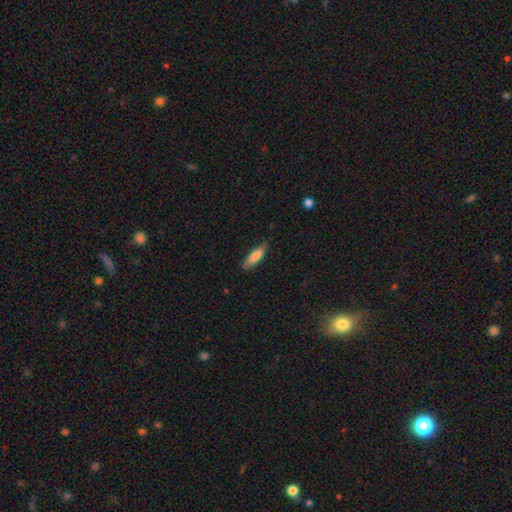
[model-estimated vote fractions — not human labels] A smooth galaxy with no disk features (77%) that is cigar-shaped (50%).

Vote fractions:
- Smooth or featured? smooth: 77% / featured or disk: 17% / star or artifact: 6%
- How rounded? cigar-shaped: 50% / in between: 48% / round: 2%
- Merging? none: 71% / minor disturbance: 24% / major disturbance: 4% / merger: 1%